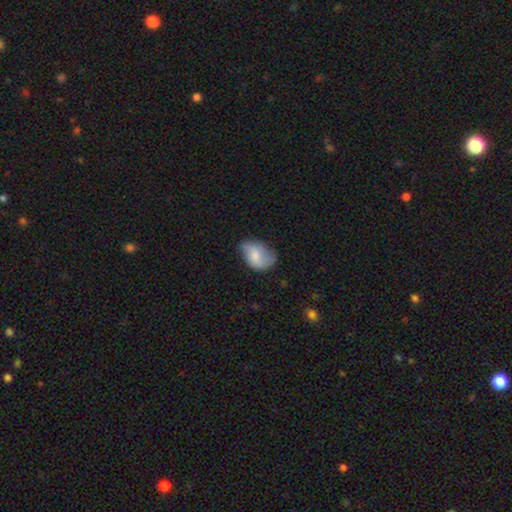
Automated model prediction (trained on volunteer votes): featured or disk 47%, smooth 45%, star or artifact 7%. Down the decision tree: merging — none (53%).